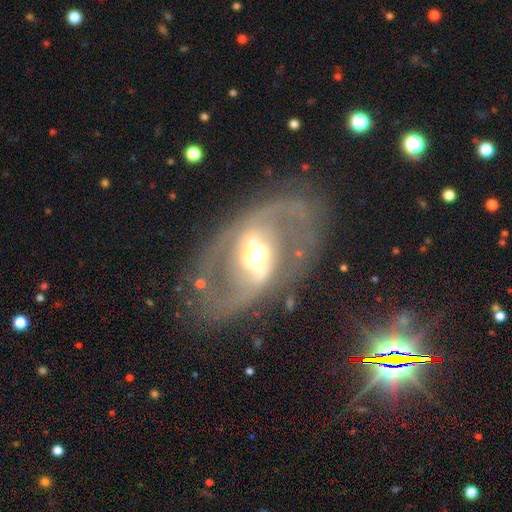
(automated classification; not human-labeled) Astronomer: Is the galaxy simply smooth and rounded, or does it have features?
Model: featured or disk — 85%.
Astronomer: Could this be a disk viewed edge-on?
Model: no — 94%.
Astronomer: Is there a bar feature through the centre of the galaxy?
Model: strong — 56% (runner-up: weak, 32%).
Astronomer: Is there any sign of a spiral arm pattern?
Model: yes — 74%.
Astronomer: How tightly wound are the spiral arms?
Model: medium — 47% (runner-up: loose, 28%).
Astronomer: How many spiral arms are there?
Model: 2 — 86%.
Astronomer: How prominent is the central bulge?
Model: moderate — 62%.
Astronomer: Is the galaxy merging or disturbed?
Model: none — 76%.